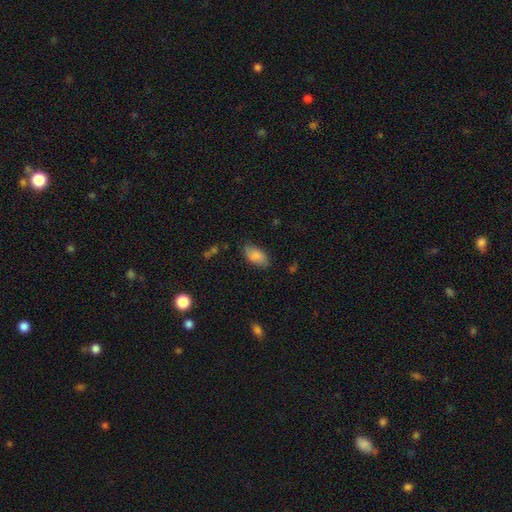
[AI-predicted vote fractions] Smooth or featured: smooth — 85% (featured or disk — 7%)
How rounded: in between — 93% (cigar-shaped — 4%)
Merging: none — 78% (minor disturbance — 17%)